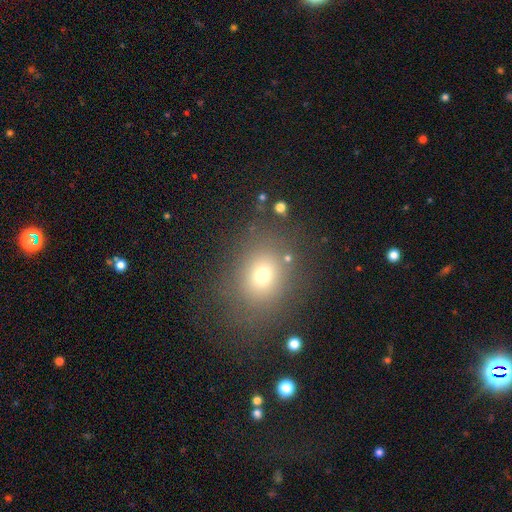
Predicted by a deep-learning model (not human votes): A smooth galaxy with no disk features (60%) that is round (58%).

Vote fractions:
- Smooth or featured? smooth: 60% / star or artifact: 29% / featured or disk: 11%
- How rounded? round: 58% / in between: 40% / cigar-shaped: 1%
- Merging? none: 82% / minor disturbance: 10% / major disturbance: 5% / merger: 3%